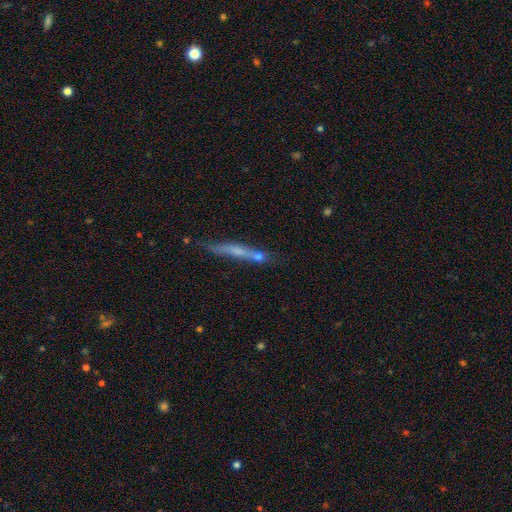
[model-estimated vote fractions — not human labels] This is possibly a featured or disk galaxy (50%). It is clearly viewed edge-on (90%). Merging: likely none (67%).